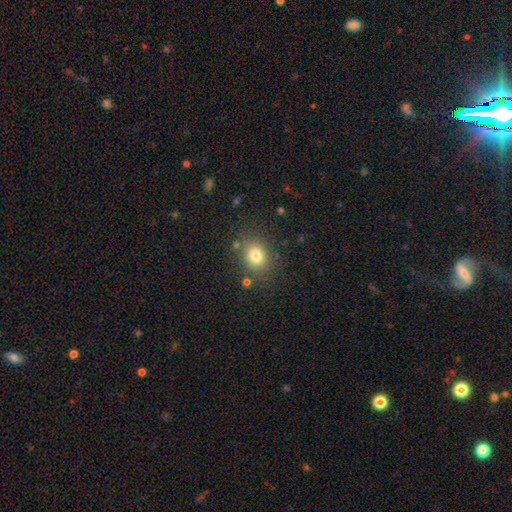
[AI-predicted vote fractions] smooth_or_featured: smooth (p=0.78) [alt: star or artifact p=0.13]
how_rounded: round (p=0.60) [alt: in between p=0.39]
merging: none (p=0.81) [alt: minor disturbance p=0.11]